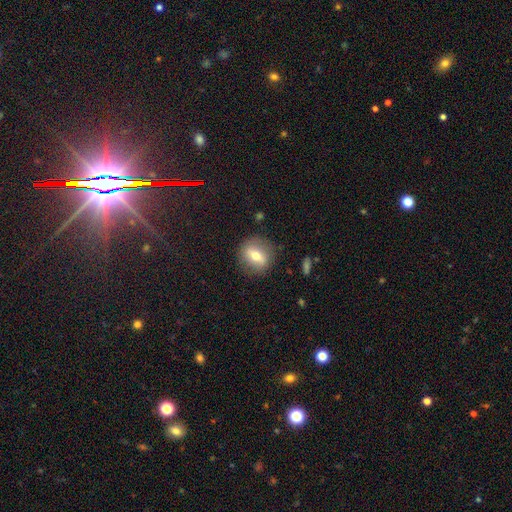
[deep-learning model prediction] This is possibly a smooth galaxy (58%). How rounded: likely round (67%). Merging: clearly none (84%).